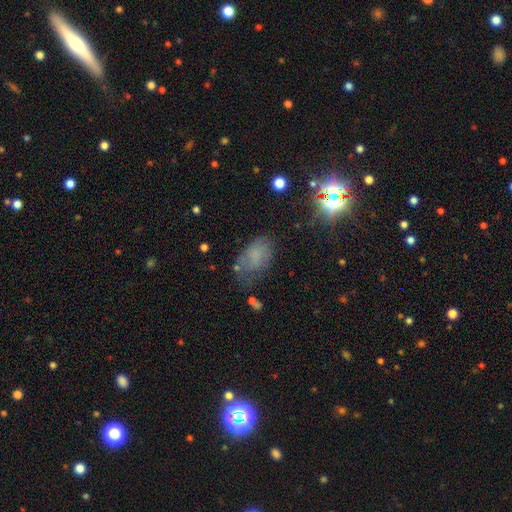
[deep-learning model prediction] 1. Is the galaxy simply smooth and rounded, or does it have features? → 61% smooth, 20% featured or disk, 19% star or artifact.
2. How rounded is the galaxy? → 88% in between, 10% round, 2% cigar-shaped.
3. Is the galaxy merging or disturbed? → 51% none, 28% minor disturbance, 17% major disturbance, 4% merger.